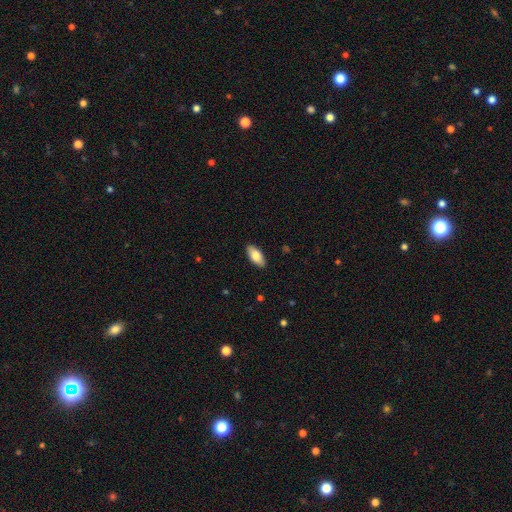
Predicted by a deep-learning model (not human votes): Smooth or featured?
  - smooth: 77% *
  - featured or disk: 17%
  - star or artifact: 6%
How rounded?
  - in between: 88% *
  - cigar-shaped: 10%
  - round: 2%
Merging?
  - none: 89% *
  - minor disturbance: 8%
  - major disturbance: 2%
  - merger: 1%